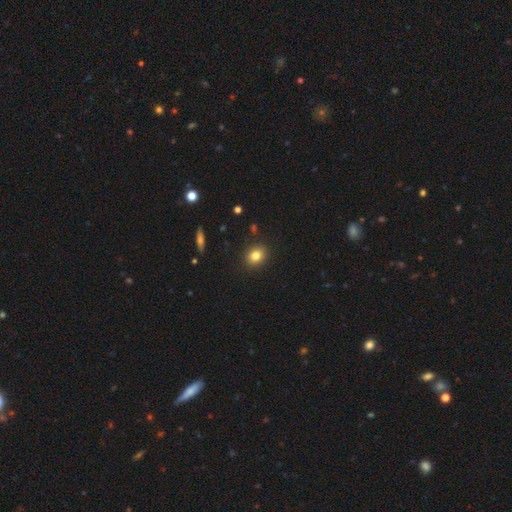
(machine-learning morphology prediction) The model was most divided on "how rounded": round: 58%, in between: 41%, cigar-shaped: 1%. More confident: merging — none (89%); smooth or featured — smooth (82%).